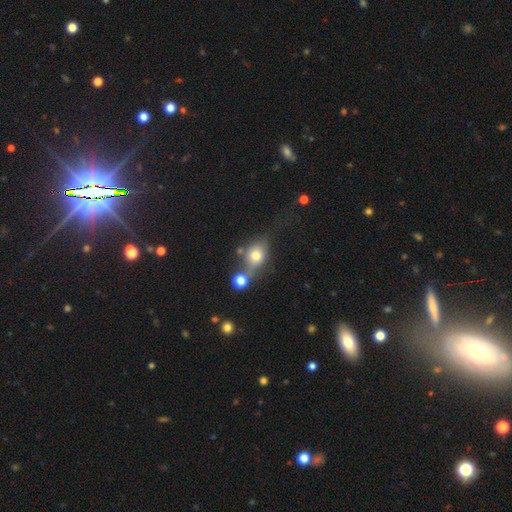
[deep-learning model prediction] A smooth galaxy with no disk features (65%) that is round (50%).

Vote fractions:
- Smooth or featured? smooth: 65% / featured or disk: 22% / star or artifact: 12%
- How rounded? round: 50% / in between: 47% / cigar-shaped: 4%
- Merging? none: 44% / merger: 23% / minor disturbance: 19% / major disturbance: 14%